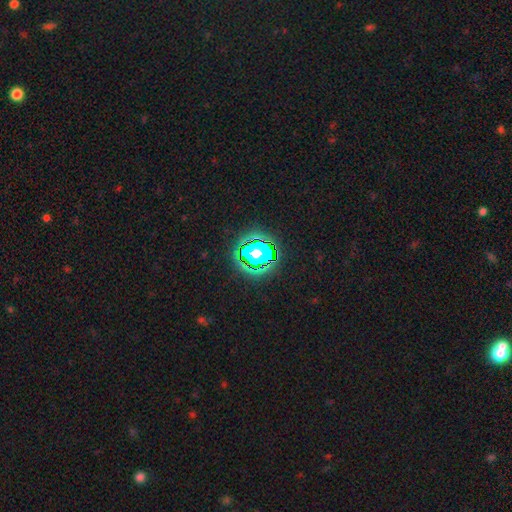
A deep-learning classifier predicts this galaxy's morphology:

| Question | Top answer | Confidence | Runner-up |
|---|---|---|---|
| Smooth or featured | star or artifact | 52% | smooth (33%) |